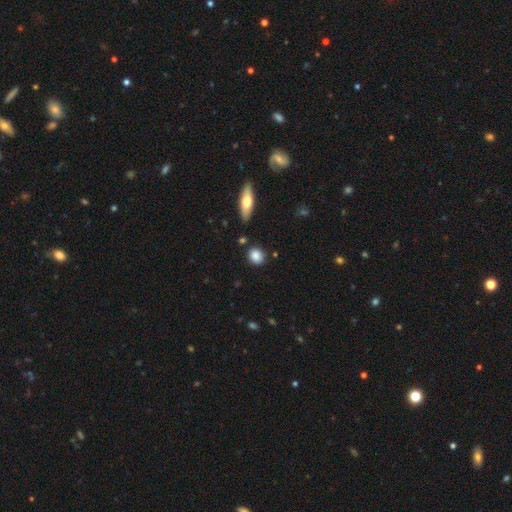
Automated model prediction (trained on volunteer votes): smooth 86%, star or artifact 8%, featured or disk 7%. Down the decision tree: how rounded — round (70%); merging — none (83%).